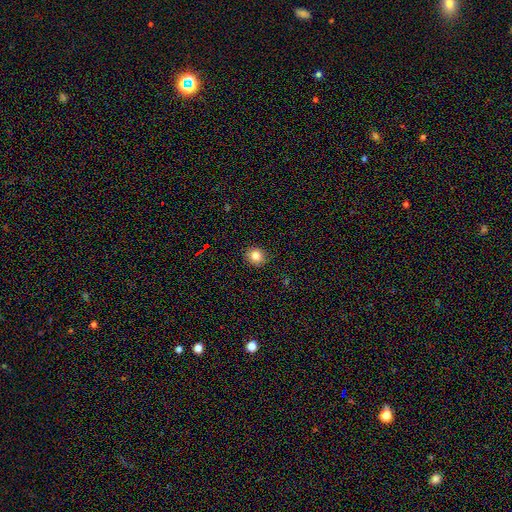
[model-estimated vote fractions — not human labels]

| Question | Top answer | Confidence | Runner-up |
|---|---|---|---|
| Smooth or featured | smooth | 83% | star or artifact (11%) |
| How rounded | round | 84% | in between (15%) |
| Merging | none | 89% | minor disturbance (8%) |